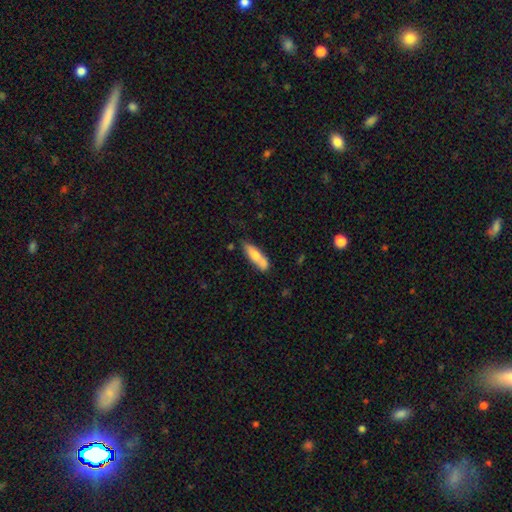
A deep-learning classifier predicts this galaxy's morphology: The model was most divided on "how rounded": cigar-shaped: 55%, in between: 43%, round: 2%. More confident: smooth or featured — smooth (70%); merging — none (53%).